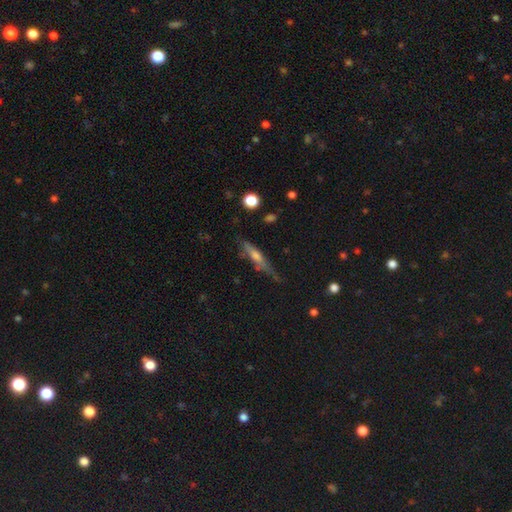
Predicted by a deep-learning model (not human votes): Smooth or featured? featured or disk (52%)
Edge-on disk? yes (87%)
Merging? none (61%)